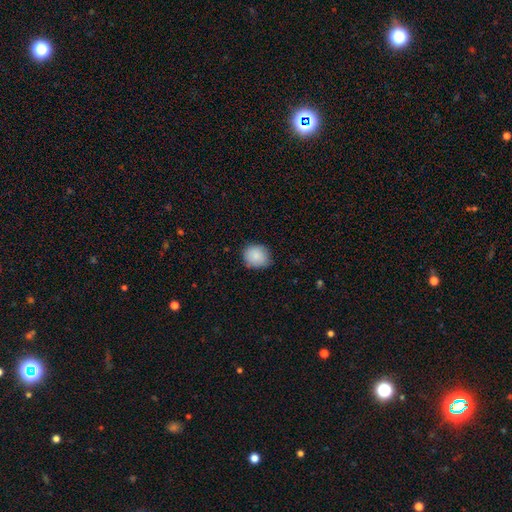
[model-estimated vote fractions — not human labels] Smooth or featured? smooth (87%)
How rounded? round (73%)
Merging? none (77%)